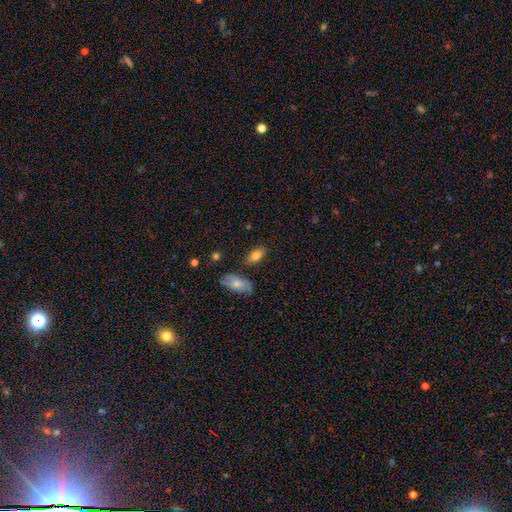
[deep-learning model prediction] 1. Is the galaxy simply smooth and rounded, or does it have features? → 78% smooth, 15% featured or disk, 8% star or artifact.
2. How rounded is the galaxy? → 88% in between, 7% cigar-shaped, 5% round.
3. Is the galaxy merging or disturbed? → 80% none, 12% minor disturbance, 5% merger, 3% major disturbance.